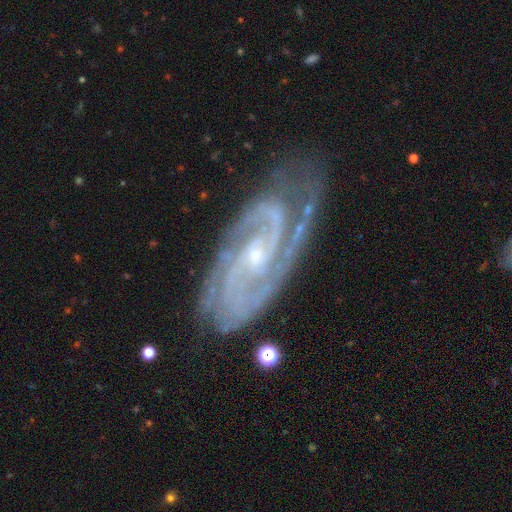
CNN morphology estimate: smooth_or_featured: featured or disk (p=0.92) [alt: star or artifact p=0.05]
disk_edge_on: no (p=0.96) [alt: yes p=0.04]
bar: no (p=0.56) [alt: weak p=0.32]
has_spiral_arms: yes (p=0.99) [alt: no p=0.01]
spiral_winding: tight (p=0.63) [alt: medium p=0.33]
spiral_arm_count: 2 (p=0.64) [alt: 3 p=0.16]
bulge_size: small (p=0.74) [alt: moderate p=0.22]
merging: none (p=0.72) [alt: minor disturbance p=0.19]